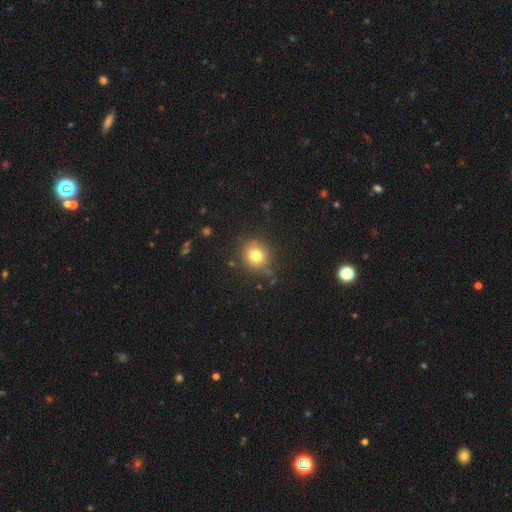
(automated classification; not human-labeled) Smooth or featured? smooth (79%)
How rounded? round (86%)
Merging? none (81%)